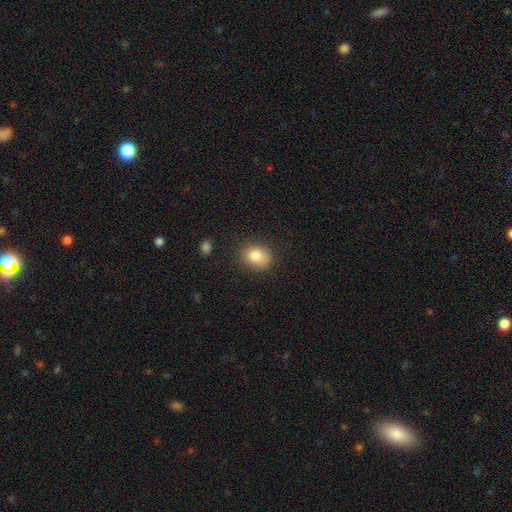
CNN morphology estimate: Smooth or featured? Predicted: smooth (p=0.82). How rounded? Predicted: round (p=0.51). Merging? Predicted: none (p=0.79).